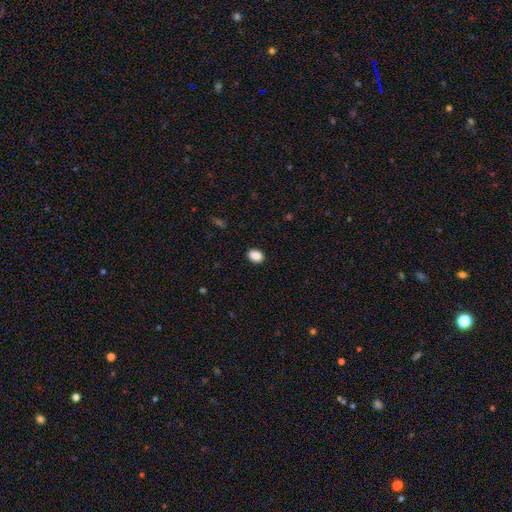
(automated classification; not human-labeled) Overall: smooth (89%). How rounded: in between (78%). Merging: none (88%).